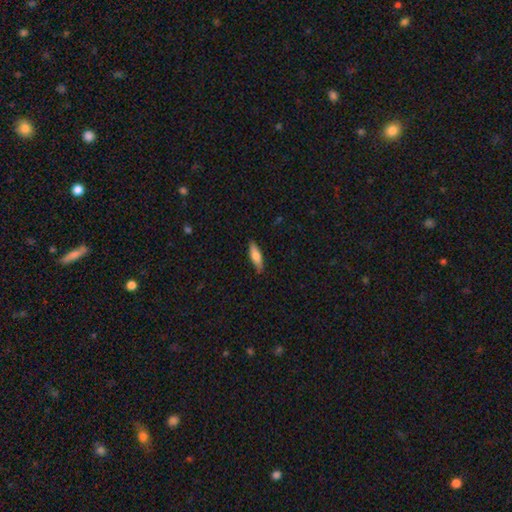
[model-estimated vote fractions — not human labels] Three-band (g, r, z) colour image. It shows a smooth galaxy with no disk features (72%) that is cigar-shaped (61%). Merging: none (84%).